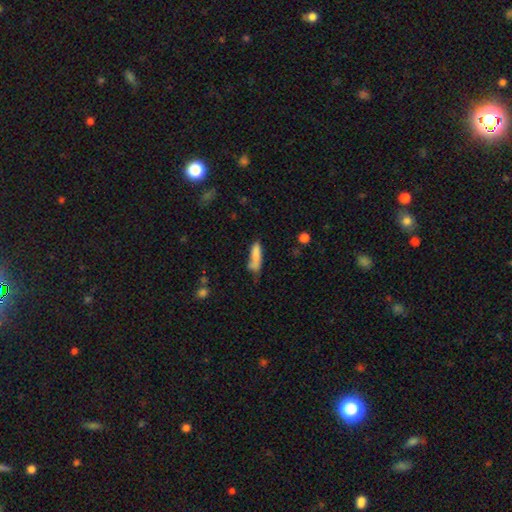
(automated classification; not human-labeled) This is likely a smooth galaxy (79%). How rounded: likely cigar-shaped (65%). Merging: possibly none (48%).